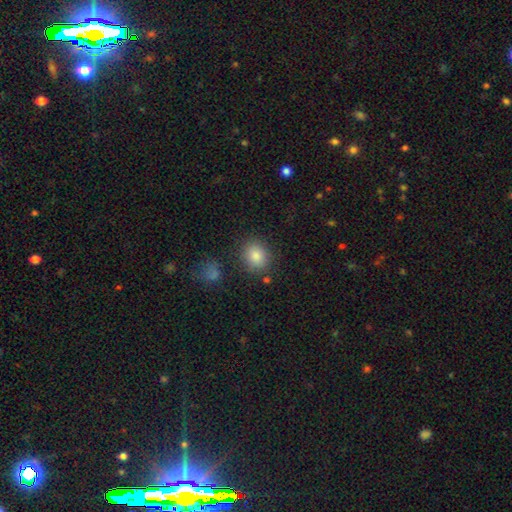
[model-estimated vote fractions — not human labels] smooth 84%, star or artifact 10%, featured or disk 6%. Down the decision tree: how rounded — round (67%); merging — none (83%).